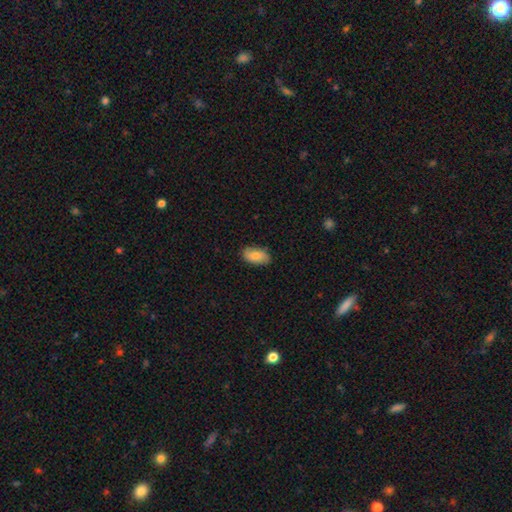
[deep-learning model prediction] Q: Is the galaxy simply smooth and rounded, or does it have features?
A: smooth — 73%.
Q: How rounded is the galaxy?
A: in between — 93%.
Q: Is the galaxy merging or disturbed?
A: none — 83%.